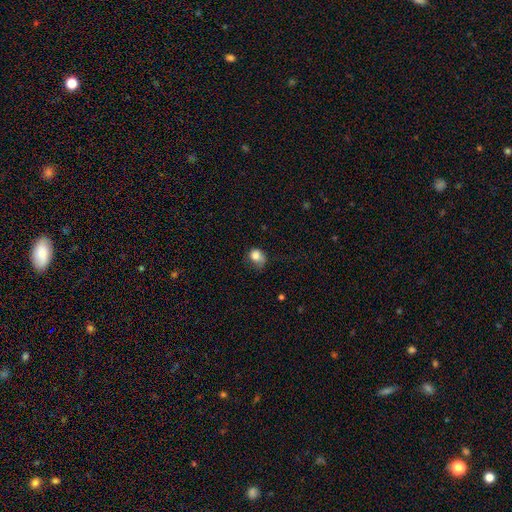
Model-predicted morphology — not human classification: This is clearly a smooth galaxy (80%). How rounded: possibly round (51%). Merging: marginally minor disturbance (37%).